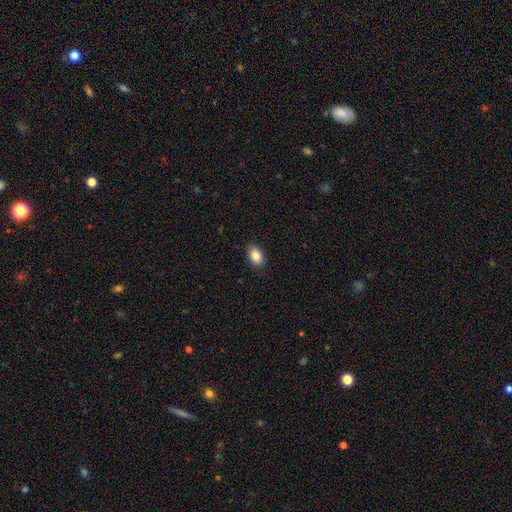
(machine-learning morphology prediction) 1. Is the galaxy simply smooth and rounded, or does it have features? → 86% smooth, 8% star or artifact, 6% featured or disk.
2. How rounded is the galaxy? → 87% in between, 12% round, 1% cigar-shaped.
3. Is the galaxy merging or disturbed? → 88% none, 9% minor disturbance, 2% major disturbance, 1% merger.